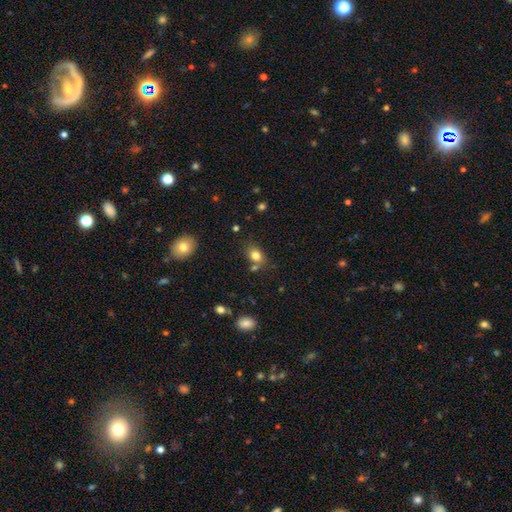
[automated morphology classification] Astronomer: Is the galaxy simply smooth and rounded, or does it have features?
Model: smooth — 80%.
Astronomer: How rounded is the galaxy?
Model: in between — 64%.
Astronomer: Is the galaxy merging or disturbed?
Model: none — 64%.